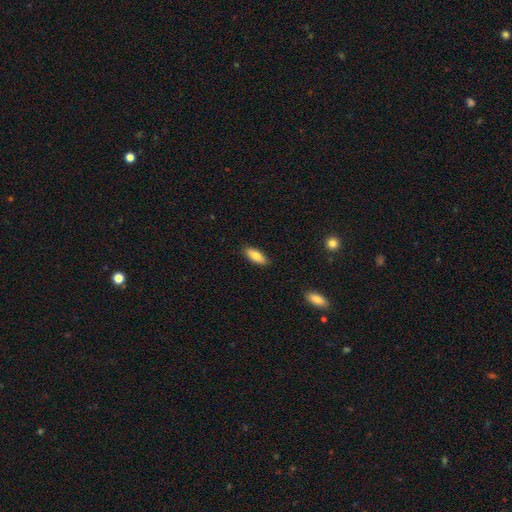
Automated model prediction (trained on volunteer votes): This is clearly a smooth galaxy (80%). How rounded: likely in between (78%). Merging: clearly none (88%).